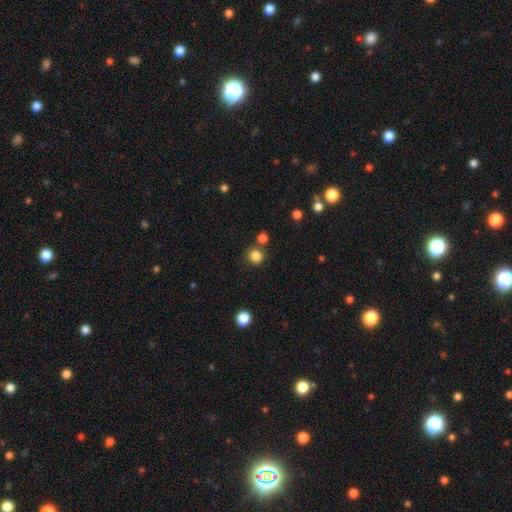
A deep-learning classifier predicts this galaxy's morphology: type=smooth (83%); roundness=round (91%); merging=none (78%).